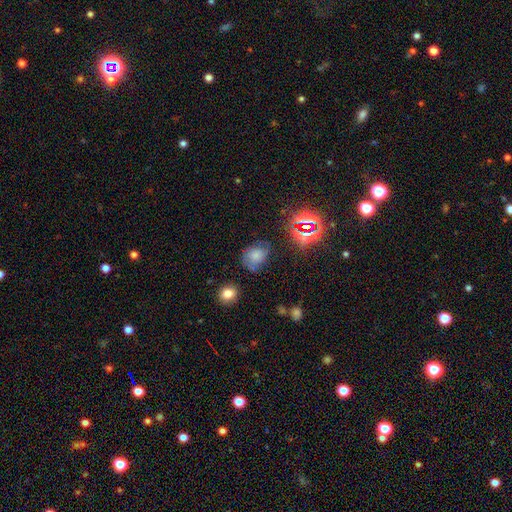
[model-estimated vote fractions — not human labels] smooth 61%, star or artifact 20%, featured or disk 19%. Down the decision tree: how rounded — in between (53%); merging — none (56%).